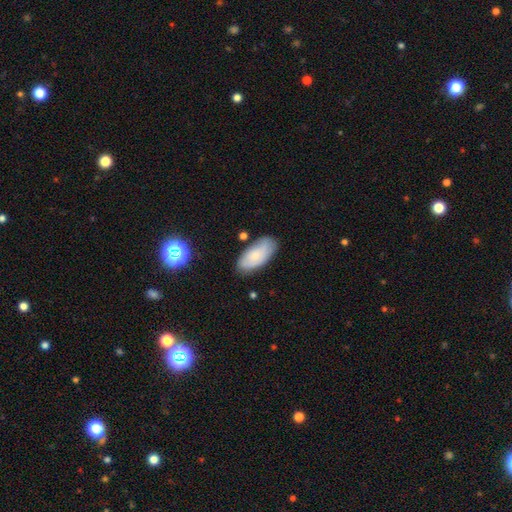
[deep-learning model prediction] A smooth galaxy with no disk features (72%) that is in between round and cigar-shaped (92%). Merging: none (74%).